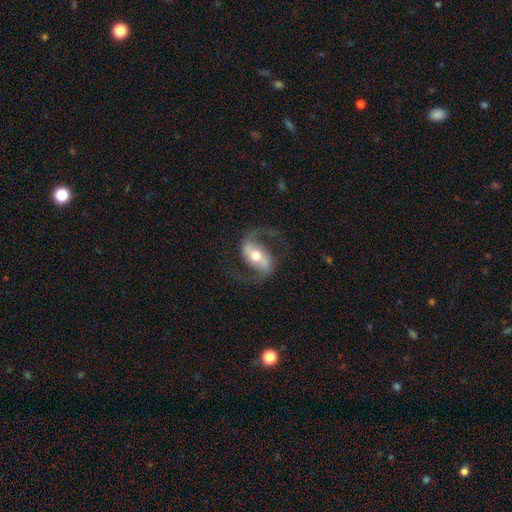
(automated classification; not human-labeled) A featured or disk galaxy (86%) with a strong bar (45%), 2 (93%) loose (50%) spiral arms (94%) and a moderate central bulge (71%).

Vote fractions:
- Smooth or featured? featured or disk: 86% / smooth: 9% / star or artifact: 5%
- Edge-on disk? no: 96% / yes: 4%
- Bar? strong: 45% / weak: 35% / no: 20%
- Spiral arms? yes: 94% / no: 6%
- Spiral winding? loose: 50% / medium: 42% / tight: 9%
- Spiral arm count? 2: 93% / can't tell: 2% / 1: 2% / 3: 1% / 4: 1% / more than 4: 1%
- Bulge size? moderate: 71% / small: 15% / large: 11% / dominant: 1% / none: 1%
- Merging? none: 75% / minor disturbance: 13% / major disturbance: 11% / merger: 1%